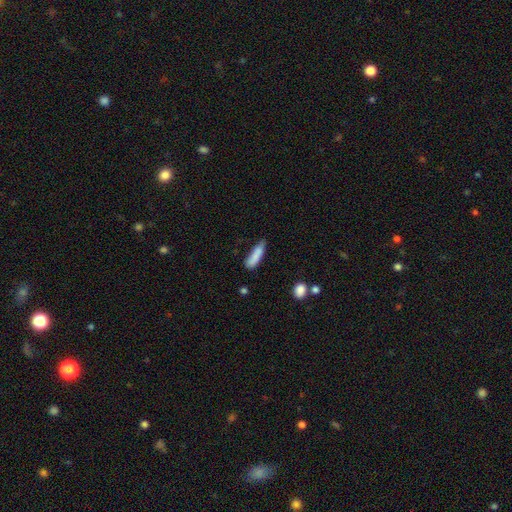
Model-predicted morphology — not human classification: This appears to be a smooth galaxy with no disk features (81%) that is cigar-shaped (62%). Merging: none (51%).